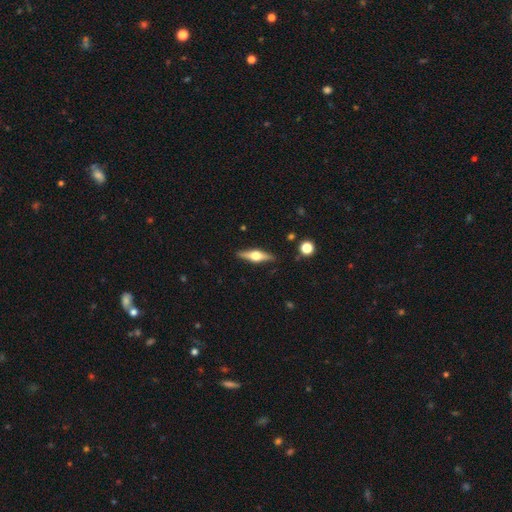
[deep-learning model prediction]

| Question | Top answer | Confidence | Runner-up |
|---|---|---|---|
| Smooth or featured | featured or disk | 70% | smooth (24%) |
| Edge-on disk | yes | 97% | no (3%) |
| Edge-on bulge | rounded | 94% | boxy (4%) |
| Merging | none | 89% | minor disturbance (8%) |